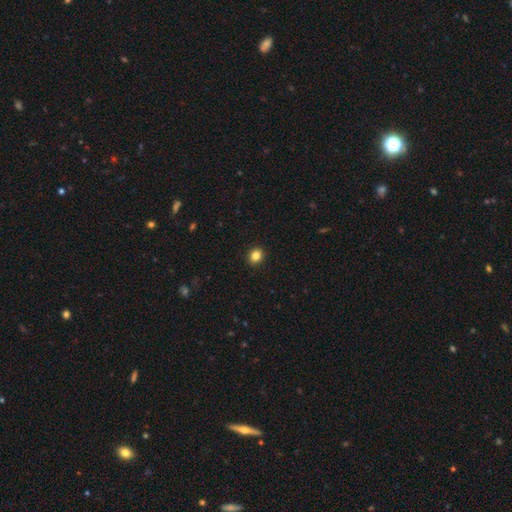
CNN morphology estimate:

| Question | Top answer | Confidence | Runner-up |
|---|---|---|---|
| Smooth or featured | smooth | 85% | star or artifact (10%) |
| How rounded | round | 65% | in between (34%) |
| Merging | none | 92% | minor disturbance (6%) |